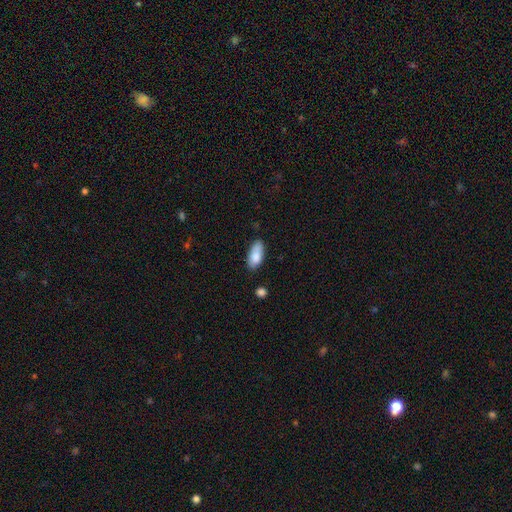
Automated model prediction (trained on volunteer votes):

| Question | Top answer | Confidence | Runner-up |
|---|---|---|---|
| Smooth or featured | smooth | 84% | featured or disk (9%) |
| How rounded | in between | 87% | cigar-shaped (11%) |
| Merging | none | 72% | minor disturbance (21%) |